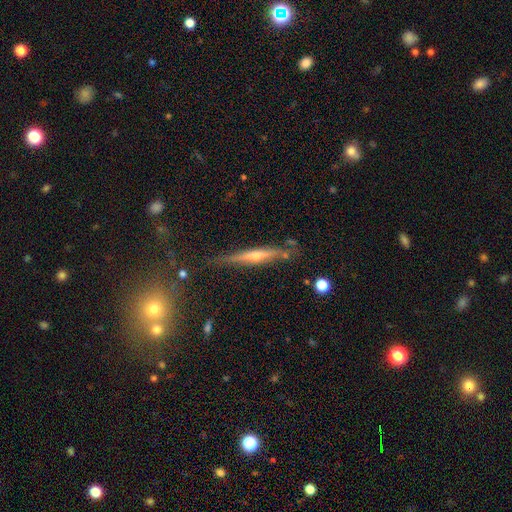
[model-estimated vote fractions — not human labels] Overall: featured or disk (70%). Edge-on disk: yes (95%). Edge-on bulge: rounded (77%). Merging: none (80%).